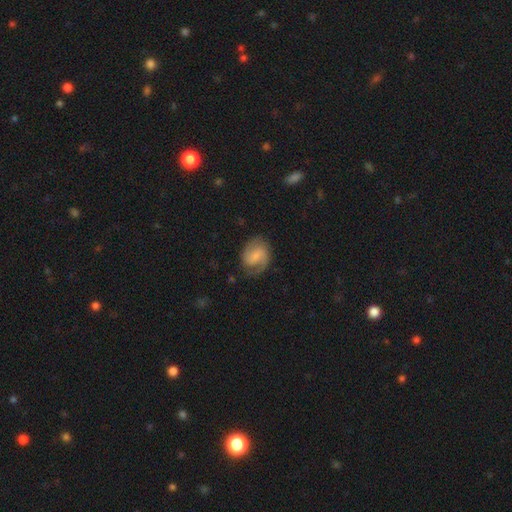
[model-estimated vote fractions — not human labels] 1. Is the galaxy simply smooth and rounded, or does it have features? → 66% featured or disk, 28% smooth, 7% star or artifact.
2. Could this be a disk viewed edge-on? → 98% no, 2% yes.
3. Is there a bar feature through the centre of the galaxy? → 52% weak, 31% no, 17% strong.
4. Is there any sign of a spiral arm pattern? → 92% yes, 8% no.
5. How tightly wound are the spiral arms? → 48% medium, 29% tight, 23% loose.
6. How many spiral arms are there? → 75% 2, 14% 1, 7% can't tell, 1% 3, 1% 4, 1% more than 4.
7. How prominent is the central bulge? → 41% small, 28% none, 24% moderate, 6% large, 2% dominant.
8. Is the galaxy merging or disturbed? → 70% none, 20% minor disturbance, 10% major disturbance, 1% merger.